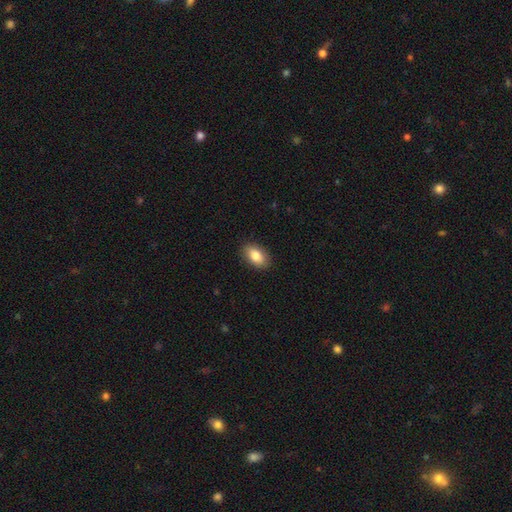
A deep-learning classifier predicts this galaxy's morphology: Smooth or featured? Predicted: smooth (p=0.85). How rounded? Predicted: in between (p=0.91). Merging? Predicted: none (p=0.89).